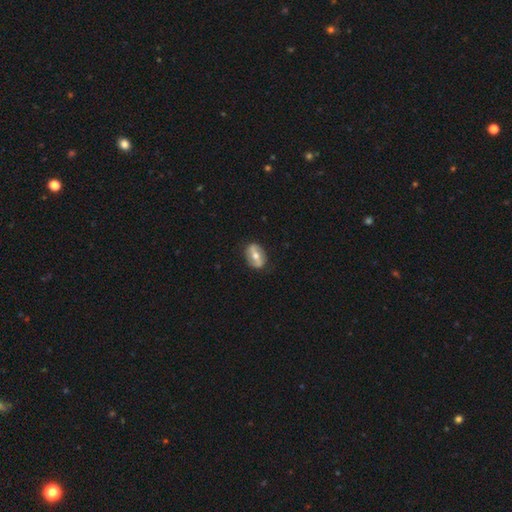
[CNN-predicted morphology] Smooth or featured? featured or disk (64%)
Edge-on disk? no (91%)
Bar? strong (54%)
Spiral arms? yes (57%)
Bulge size? moderate (73%)
Merging? none (83%)